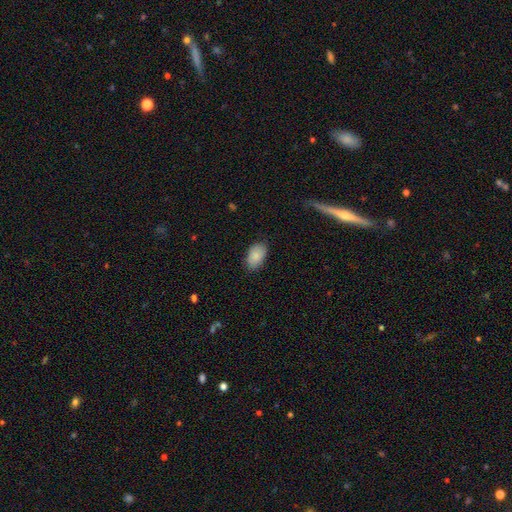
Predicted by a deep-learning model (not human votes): smooth_or_featured: smooth (p=0.87) [alt: star or artifact p=0.07]
how_rounded: in between (p=0.91) [alt: round p=0.07]
merging: none (p=0.82) [alt: minor disturbance p=0.14]